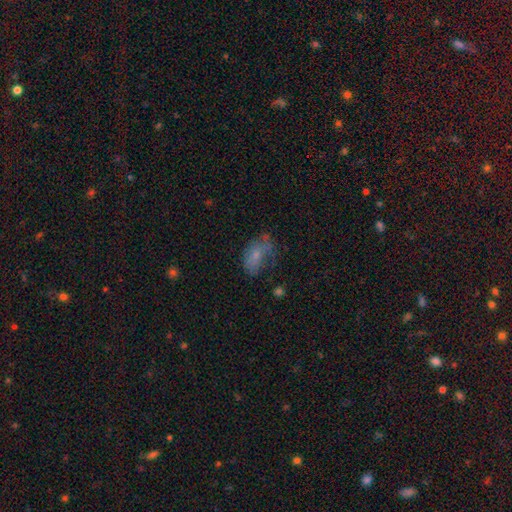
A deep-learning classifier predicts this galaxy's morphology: Smooth or featured? Predicted: smooth (p=0.61). How rounded? Predicted: in between (p=0.86). Merging? Predicted: none (p=0.39).